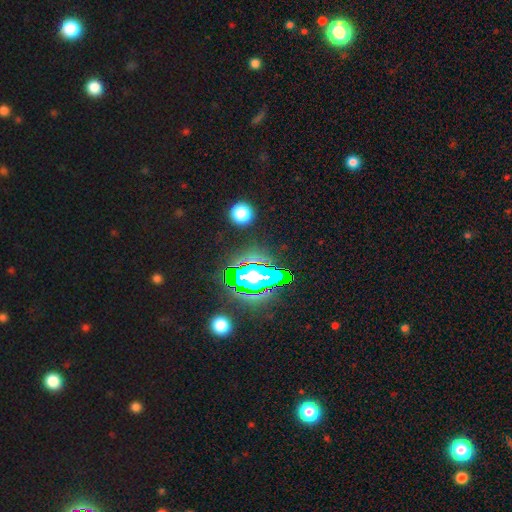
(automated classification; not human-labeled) Smooth or featured? Predicted: star or artifact (p=0.81).